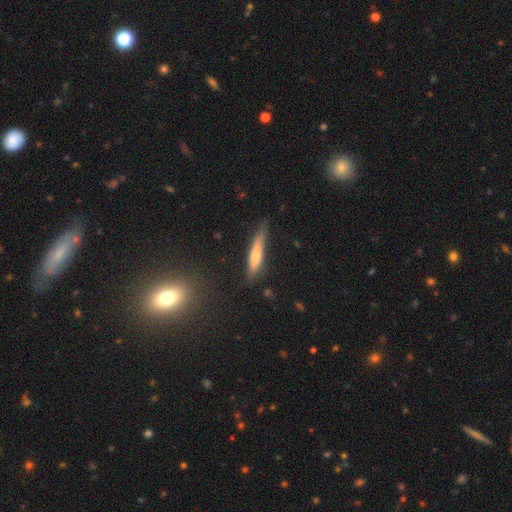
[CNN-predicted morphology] A smooth galaxy with no disk features (70%) that is cigar-shaped (85%).

Vote fractions:
- Smooth or featured? smooth: 70% / featured or disk: 24% / star or artifact: 6%
- How rounded? cigar-shaped: 85% / in between: 14% / round: 2%
- Merging? none: 59% / minor disturbance: 30% / major disturbance: 8% / merger: 3%